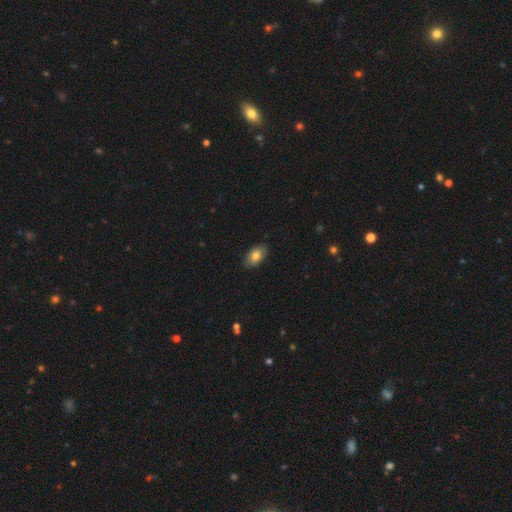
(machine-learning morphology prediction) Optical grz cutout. It shows a smooth galaxy with no disk features (80%) that is in between round and cigar-shaped (92%). Merging: none (86%).